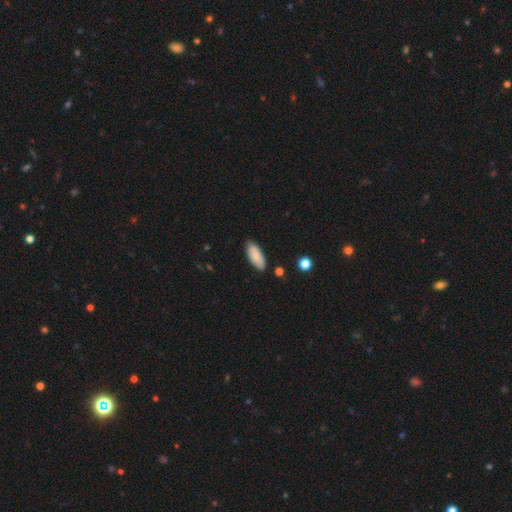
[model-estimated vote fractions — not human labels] Smooth or featured? smooth (86%)
How rounded? in between (86%)
Merging? none (85%)